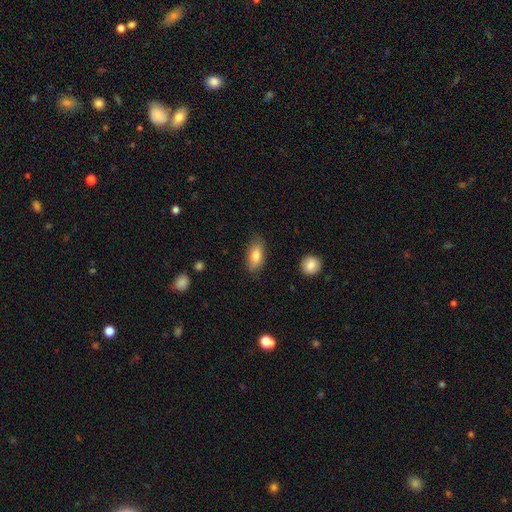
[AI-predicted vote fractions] Smooth or featured: smooth — 80% (featured or disk — 13%)
How rounded: in between — 87% (cigar-shaped — 10%)
Merging: none — 79% (minor disturbance — 16%)